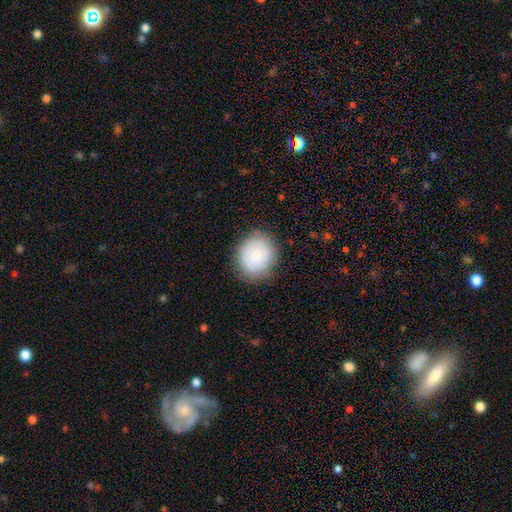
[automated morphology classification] smooth_or_featured: smooth (p=0.81) [alt: featured or disk p=0.11]
how_rounded: round (p=0.67) [alt: in between p=0.32]
merging: none (p=0.83) [alt: minor disturbance p=0.13]